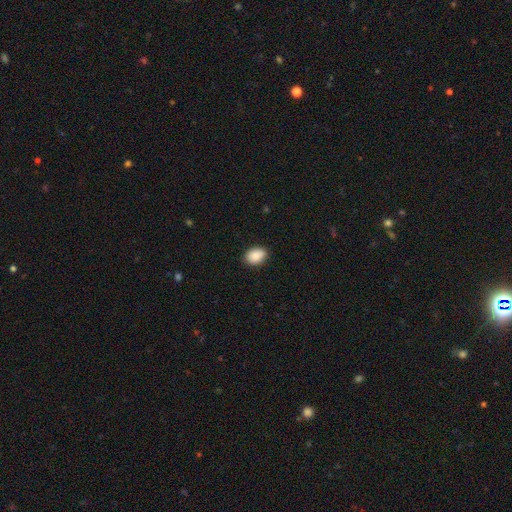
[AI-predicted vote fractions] A smooth galaxy with no disk features (90%) that is in between round and cigar-shaped (80%).

Vote fractions:
- Smooth or featured? smooth: 90% / star or artifact: 7% / featured or disk: 3%
- How rounded? in between: 80% / round: 19% / cigar-shaped: 1%
- Merging? none: 86% / minor disturbance: 10% / major disturbance: 2% / merger: 1%